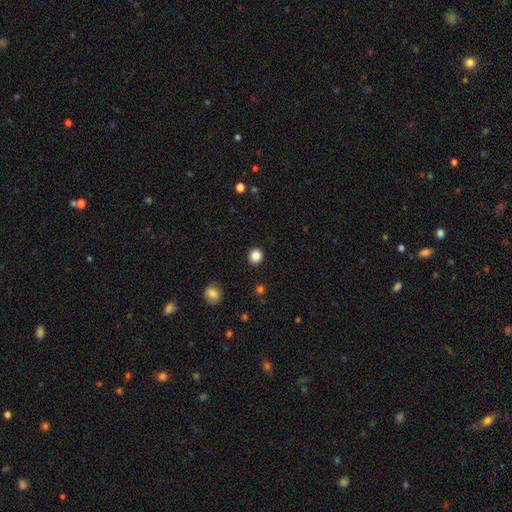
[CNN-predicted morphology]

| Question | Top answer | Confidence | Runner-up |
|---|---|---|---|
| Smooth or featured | smooth | 86% | star or artifact (11%) |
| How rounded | round | 83% | in between (16%) |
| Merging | none | 90% | minor disturbance (6%) |